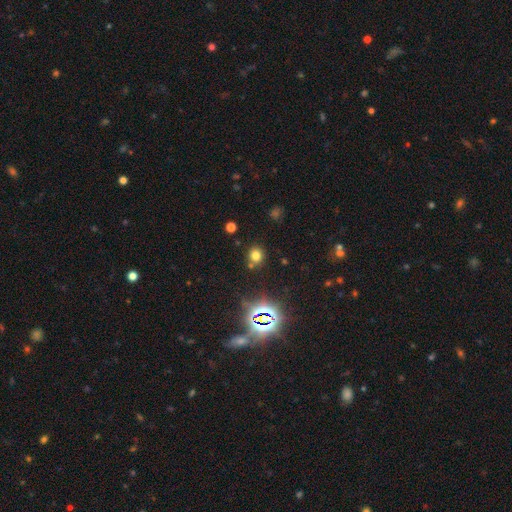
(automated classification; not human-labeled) This is likely a smooth galaxy (68%). How rounded: likely round (80%). Merging: likely none (76%).